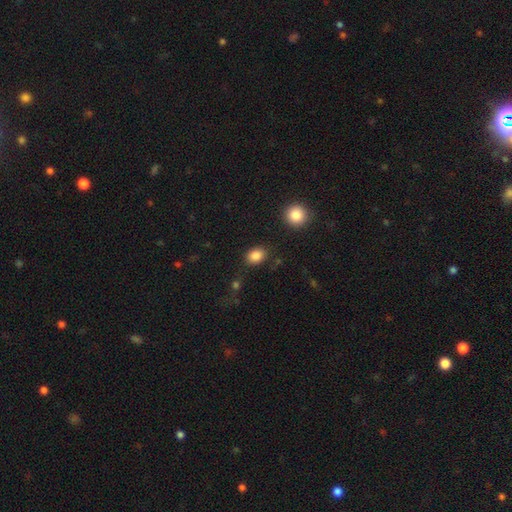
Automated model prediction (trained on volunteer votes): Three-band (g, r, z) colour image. It shows a smooth galaxy with no disk features (86%) that is in between round and cigar-shaped (60%). Merging: none (81%).